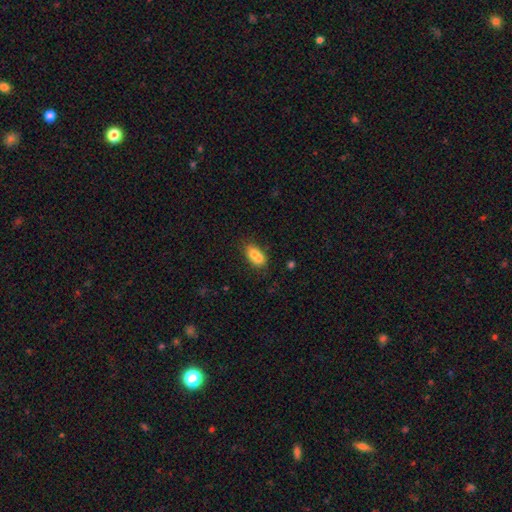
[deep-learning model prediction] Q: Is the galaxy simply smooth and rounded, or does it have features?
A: smooth — 75%.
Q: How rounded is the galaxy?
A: in between — 85%.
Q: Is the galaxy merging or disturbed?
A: none — 44%.